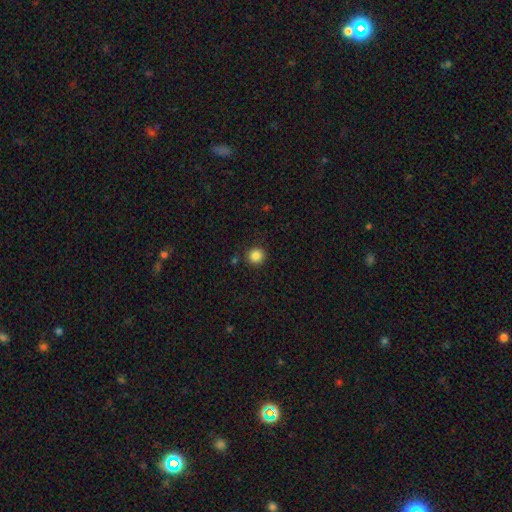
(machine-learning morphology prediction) smooth_or_featured: smooth (p=0.86) [alt: star or artifact p=0.11]
how_rounded: round (p=0.91) [alt: in between p=0.08]
merging: none (p=0.88) [alt: minor disturbance p=0.07]